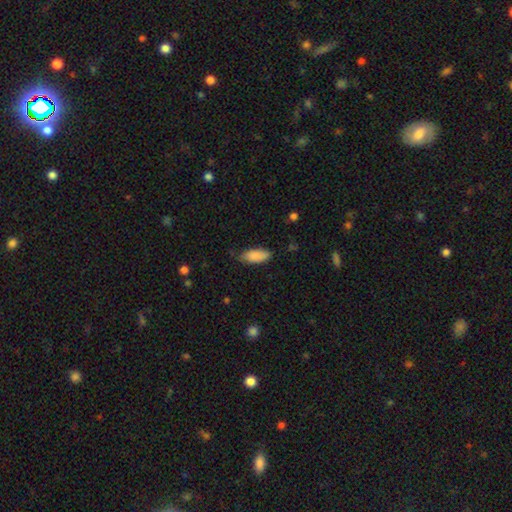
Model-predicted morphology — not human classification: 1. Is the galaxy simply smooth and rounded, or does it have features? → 88% smooth, 6% star or artifact, 6% featured or disk.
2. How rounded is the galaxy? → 85% in between, 13% cigar-shaped, 2% round.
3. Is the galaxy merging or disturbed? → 68% none, 26% minor disturbance, 4% major disturbance, 1% merger.